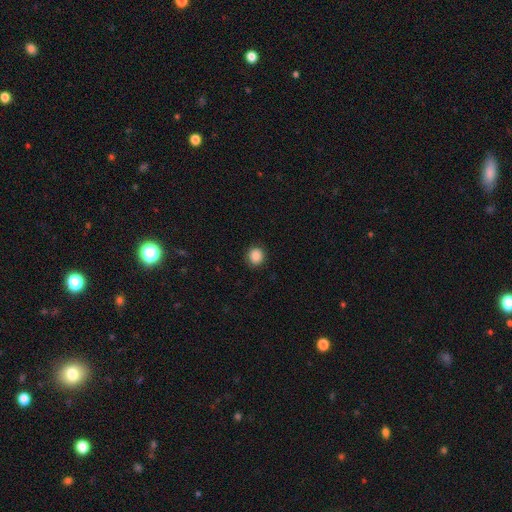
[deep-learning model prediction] smooth-or-featured: smooth: 87% | star or artifact: 9% | featured or disk: 4%
  how-rounded: round: 85% | in between: 14% | cigar-shaped: 1%
  merging: none: 89% | minor disturbance: 8% | major disturbance: 2% | merger: 1%